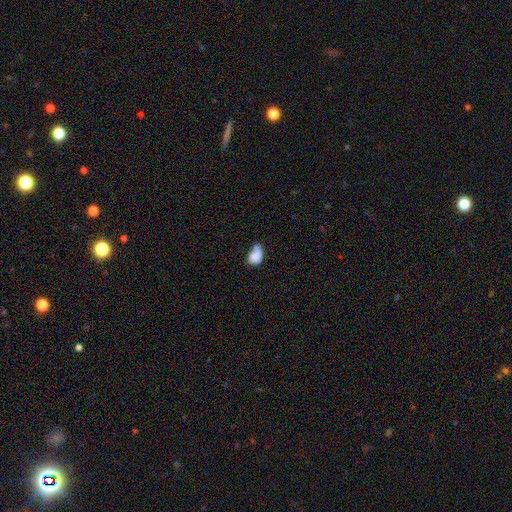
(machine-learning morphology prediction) Smooth or featured?
  - smooth: 74% *
  - featured or disk: 16%
  - star or artifact: 10%
How rounded?
  - in between: 80% *
  - round: 18%
  - cigar-shaped: 2%
Merging?
  - minor disturbance: 30% *
  - none: 29%
  - merger: 22%
  - major disturbance: 19%